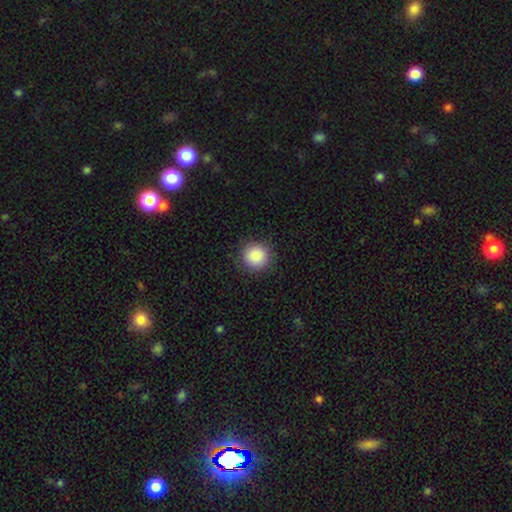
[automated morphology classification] smooth_or_featured: smooth (p=0.88) [alt: star or artifact p=0.09]
how_rounded: round (p=0.93) [alt: in between p=0.06]
merging: none (p=0.90) [alt: minor disturbance p=0.07]